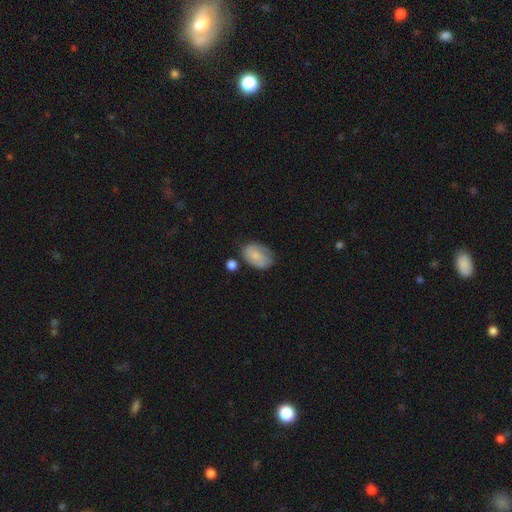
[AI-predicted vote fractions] Overall: smooth (70%). How rounded: in between (85%). Merging: none (59%; minor disturbance 27%).